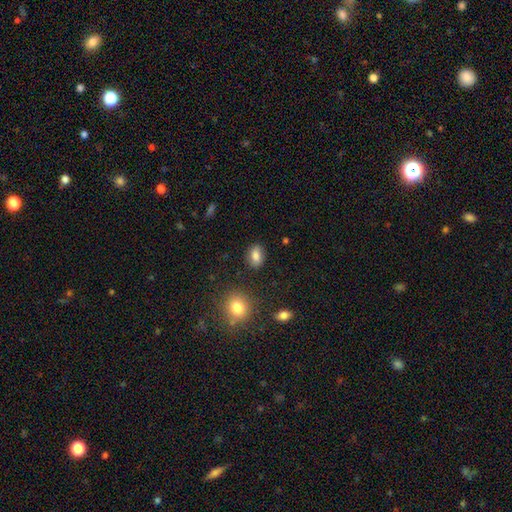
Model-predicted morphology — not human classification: Smooth or featured? Predicted: smooth (p=0.83). How rounded? Predicted: in between (p=0.77). Merging? Predicted: none (p=0.85).